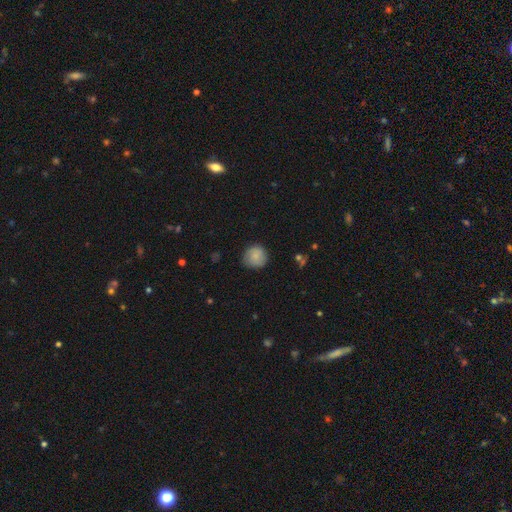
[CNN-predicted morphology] A smooth galaxy with no disk features (80%) that is round (91%).

Vote fractions:
- Smooth or featured? smooth: 80% / featured or disk: 12% / star or artifact: 8%
- How rounded? round: 91% / in between: 8% / cigar-shaped: 1%
- Merging? none: 79% / minor disturbance: 17% / major disturbance: 3% / merger: 1%